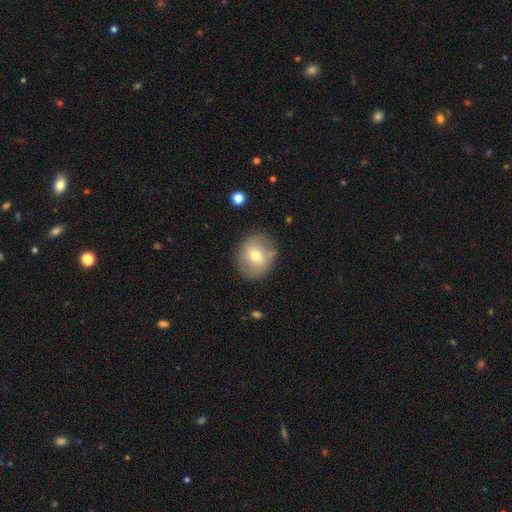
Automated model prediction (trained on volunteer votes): Smooth or featured: smooth — 60% (featured or disk — 32%)
How rounded: round — 72% (in between — 27%)
Merging: none — 79% (minor disturbance — 14%)